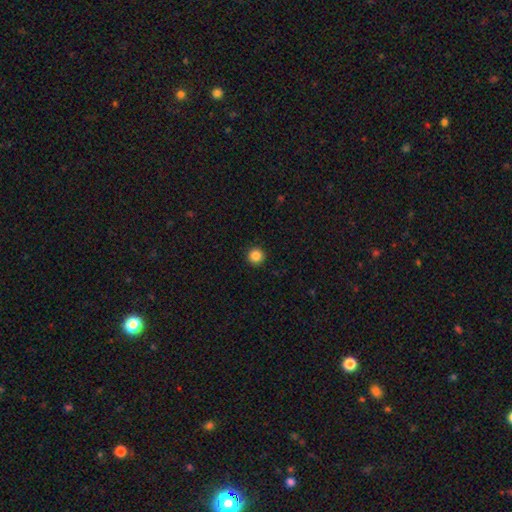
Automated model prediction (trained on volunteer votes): A smooth galaxy with no disk features (86%) that is round (96%).

Vote fractions:
- Smooth or featured? smooth: 86% / star or artifact: 10% / featured or disk: 3%
- How rounded? round: 96% / in between: 3% / cigar-shaped: 1%
- Merging? none: 93% / minor disturbance: 4% / major disturbance: 2% / merger: 1%